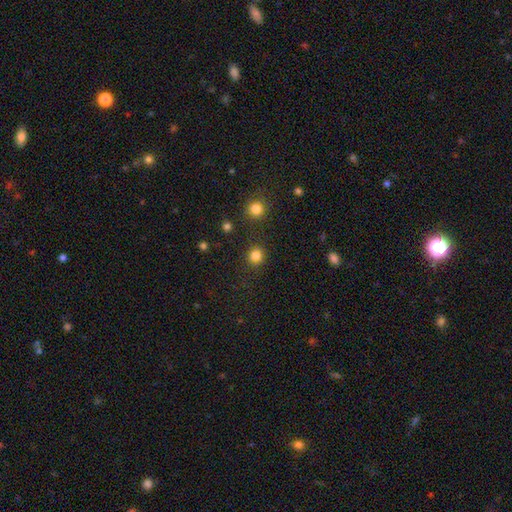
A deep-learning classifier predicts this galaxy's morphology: smooth-or-featured: smooth: 83% | star or artifact: 13% | featured or disk: 4%
  how-rounded: round: 90% | in between: 9% | cigar-shaped: 1%
  merging: none: 89% | minor disturbance: 6% | merger: 2% | major disturbance: 2%